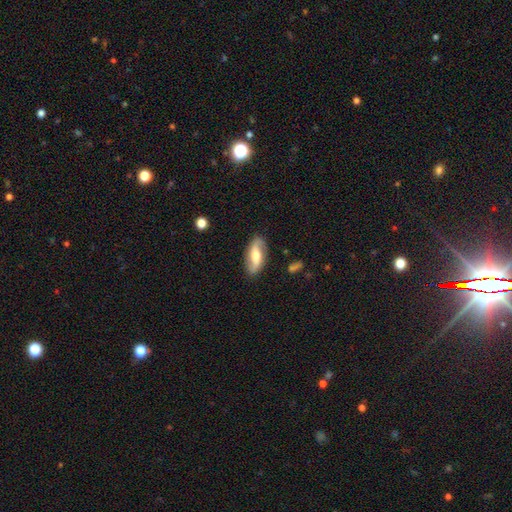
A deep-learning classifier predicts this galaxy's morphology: featured or disk 67%, smooth 27%, star or artifact 6%. Down the decision tree: edge-on disk — no (88%); bar — weak (38%); spiral arms — yes (88%); spiral arm count — 2 (90%); spiral winding — loose (63%); bulge size — moderate (61%); merging — none (83%).